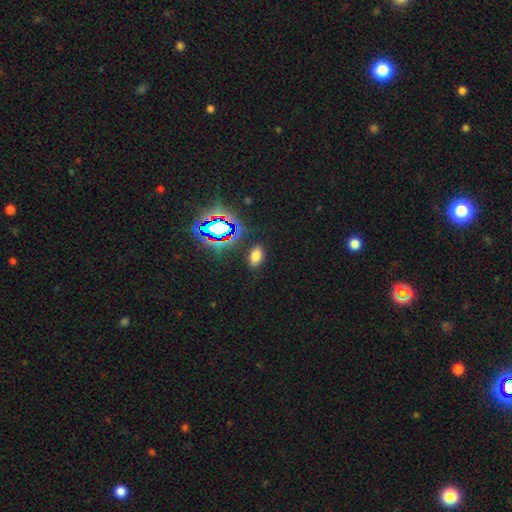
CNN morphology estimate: smooth 67%, star or artifact 26%, featured or disk 7%. Down the decision tree: how rounded — in between (89%); merging — none (85%).